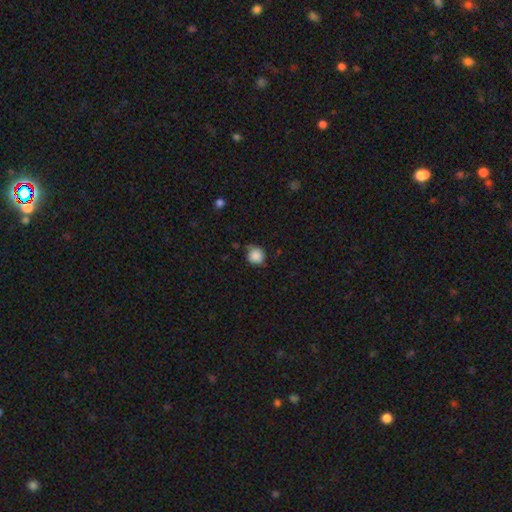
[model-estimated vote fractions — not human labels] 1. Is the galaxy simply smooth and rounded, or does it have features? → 86% smooth, 9% star or artifact, 5% featured or disk.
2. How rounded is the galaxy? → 89% round, 10% in between, 1% cigar-shaped.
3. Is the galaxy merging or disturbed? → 67% none, 25% minor disturbance, 5% major disturbance, 3% merger.